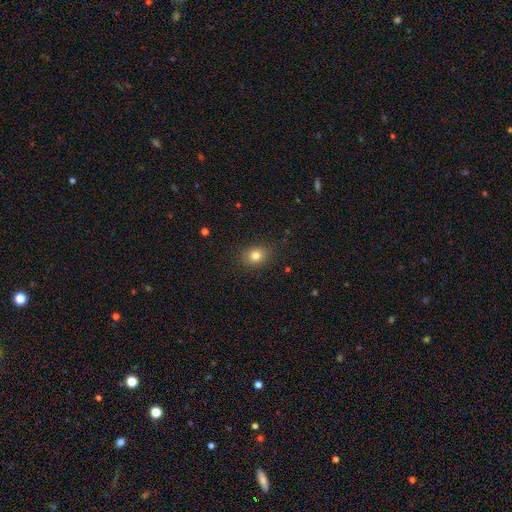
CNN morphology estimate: smooth-or-featured: smooth: 80% | star or artifact: 12% | featured or disk: 8%
  how-rounded: round: 50% | in between: 49% | cigar-shaped: 1%
  merging: none: 86% | minor disturbance: 10% | major disturbance: 3% | merger: 1%